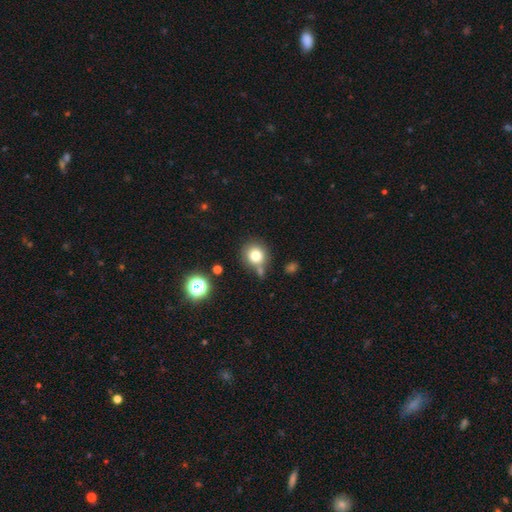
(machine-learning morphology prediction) smooth-or-featured: smooth: 77% | star or artifact: 13% | featured or disk: 9%
  how-rounded: round: 89% | in between: 10% | cigar-shaped: 1%
  merging: none: 69% | minor disturbance: 13% | merger: 13% | major disturbance: 5%